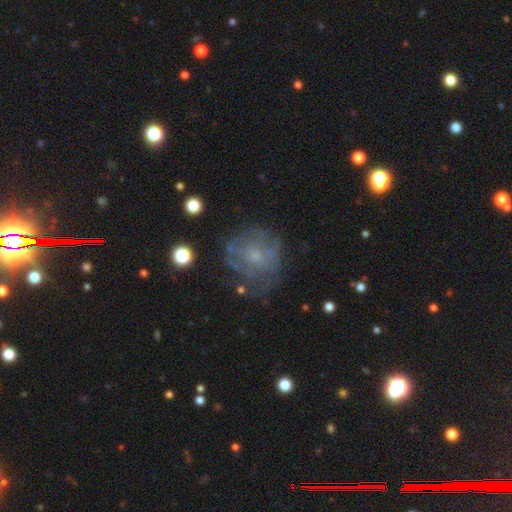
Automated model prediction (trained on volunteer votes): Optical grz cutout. It shows a featured or disk galaxy (53%) with no bar (82%), no spiral arms (59%) and a small central bulge (50%). Merging: none (60%).